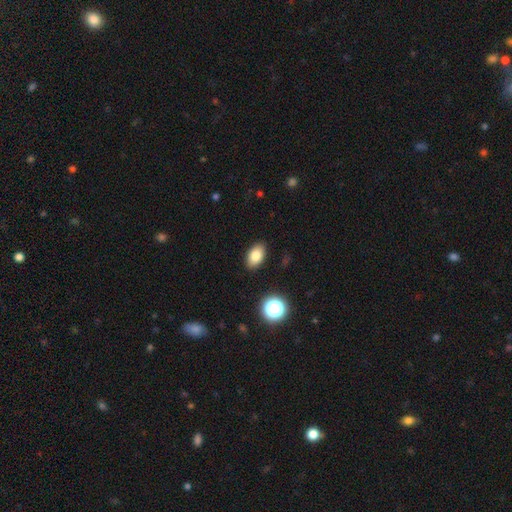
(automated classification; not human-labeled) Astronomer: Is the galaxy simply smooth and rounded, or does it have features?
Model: smooth — 83%.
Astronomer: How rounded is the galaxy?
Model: in between — 90%.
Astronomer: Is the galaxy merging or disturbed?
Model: none — 89%.